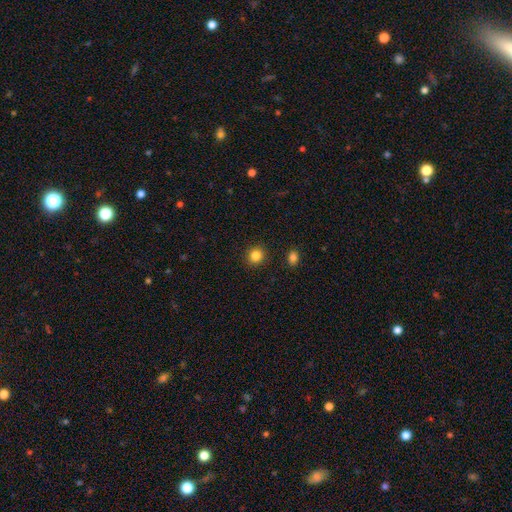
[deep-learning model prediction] A smooth galaxy with no disk features (85%) that is round (89%).

Vote fractions:
- Smooth or featured? smooth: 85% / star or artifact: 11% / featured or disk: 4%
- How rounded? round: 89% / in between: 10% / cigar-shaped: 1%
- Merging? none: 91% / minor disturbance: 5% / major disturbance: 2% / merger: 1%